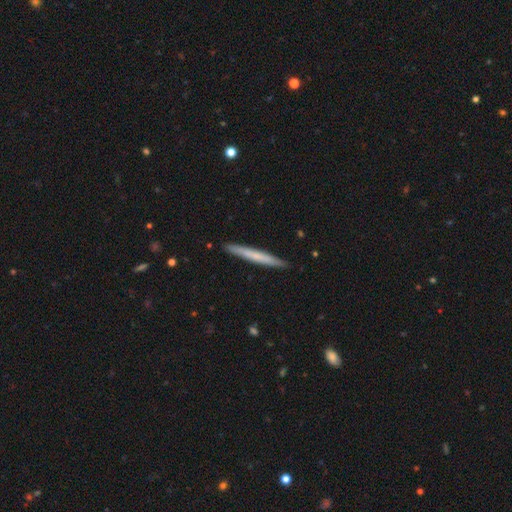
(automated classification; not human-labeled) This is likely a smooth galaxy (60%). How rounded: clearly cigar-shaped (97%). Merging: clearly none (91%).